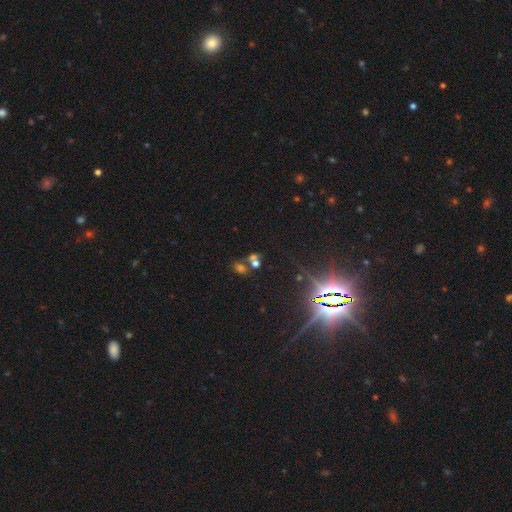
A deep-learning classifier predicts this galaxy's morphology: Smooth or featured? star or artifact (77%)